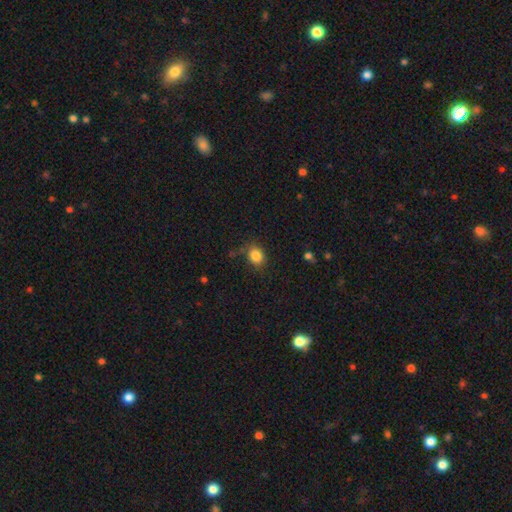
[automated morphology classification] This appears to be a smooth galaxy with no disk features (84%) that is round (57%). Merging: none (77%).